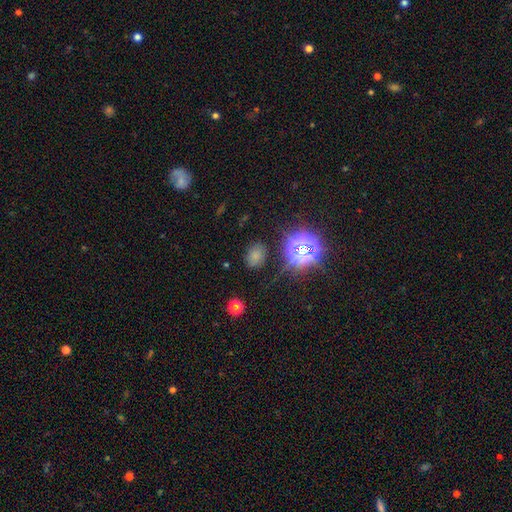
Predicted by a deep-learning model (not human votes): Smooth or featured: smooth — 64% (star or artifact — 27%)
How rounded: in between — 57% (round — 42%)
Merging: none — 78% (minor disturbance — 14%)